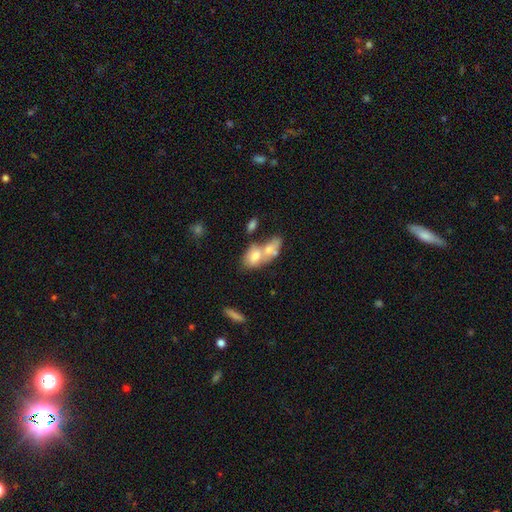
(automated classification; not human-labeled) Smooth or featured?
  - smooth: 63% *
  - featured or disk: 28%
  - star or artifact: 9%
How rounded?
  - in between: 78% *
  - round: 18%
  - cigar-shaped: 5%
Merging?
  - merger: 65% *
  - none: 20%
  - minor disturbance: 9%
  - major disturbance: 6%